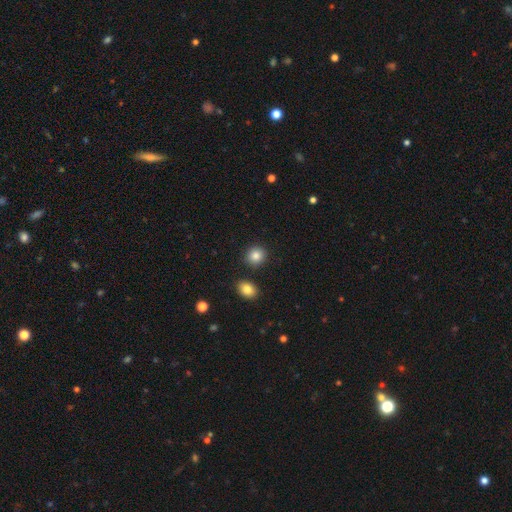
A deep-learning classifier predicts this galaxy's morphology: smooth 85%, star or artifact 10%, featured or disk 5%. Down the decision tree: how rounded — round (84%); merging — none (87%).